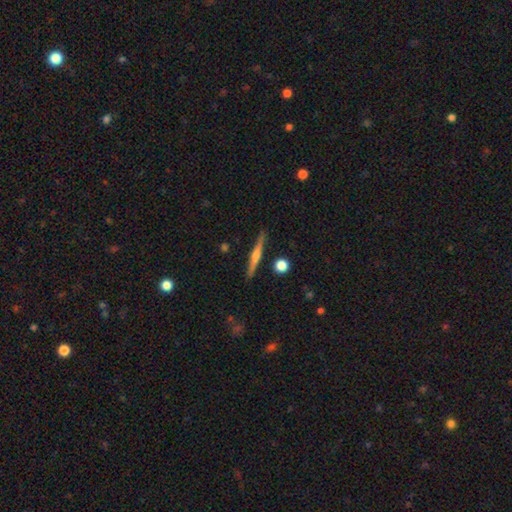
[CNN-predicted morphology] This is likely a featured or disk galaxy (66%). It is clearly viewed edge-on (98%). Edge-on bulge: clearly rounded (82%). Merging: clearly none (90%).